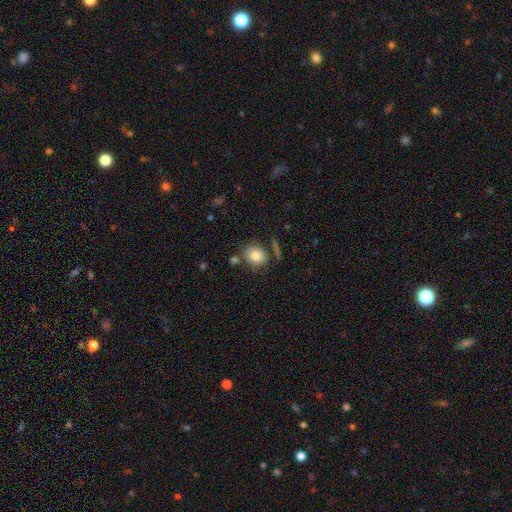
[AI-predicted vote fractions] Overall: smooth (80%). How rounded: round (57%; in between 42%). Merging: none (72%).